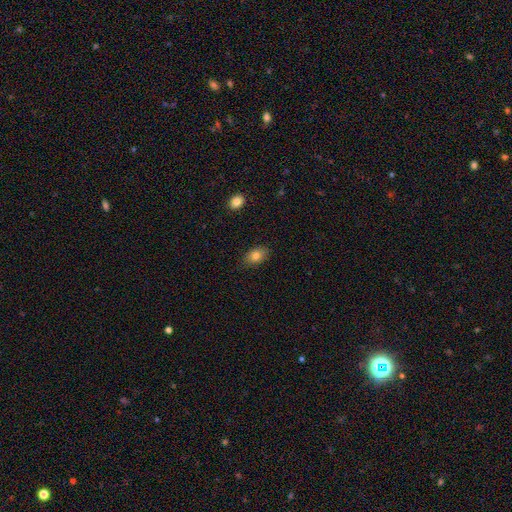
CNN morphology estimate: Smooth or featured? smooth (81%)
How rounded? in between (86%)
Merging? none (82%)